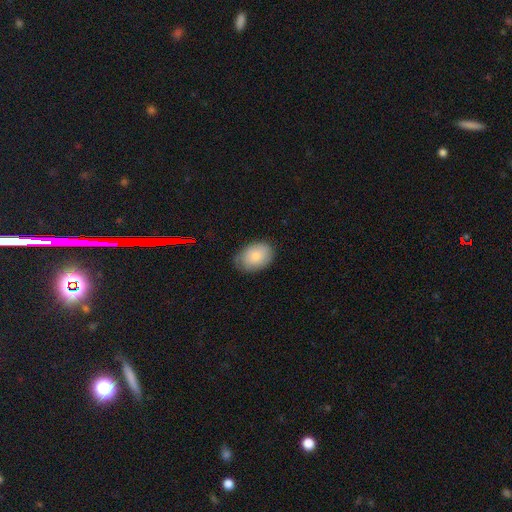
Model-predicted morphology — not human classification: A smooth galaxy with no disk features (75%) that is in between round and cigar-shaped (82%).

Vote fractions:
- Smooth or featured? smooth: 75% / featured or disk: 18% / star or artifact: 7%
- How rounded? in between: 82% / round: 17% / cigar-shaped: 1%
- Merging? none: 73% / minor disturbance: 22% / major disturbance: 4% / merger: 1%